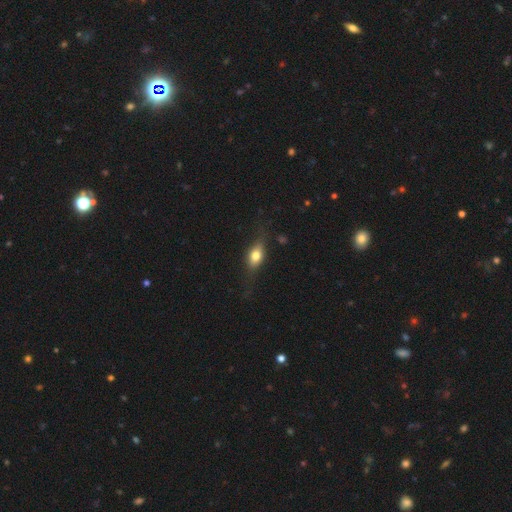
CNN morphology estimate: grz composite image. It shows a smooth galaxy with no disk features (64%) that is in between round and cigar-shaped (73%). Merging: none (69%).